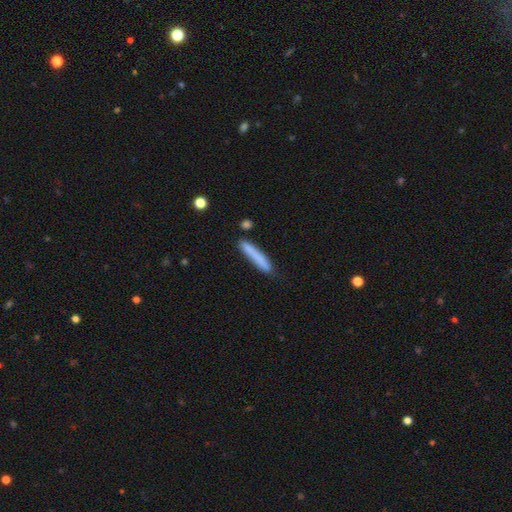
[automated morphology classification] A smooth galaxy with no disk features (79%) that is cigar-shaped (93%). Merging: none (79%).